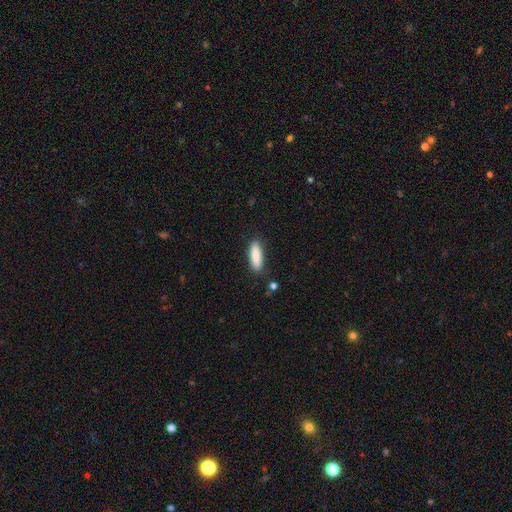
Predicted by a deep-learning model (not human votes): This appears to be a smooth galaxy with no disk features (87%) that is cigar-shaped (53%). Merging: none (86%).